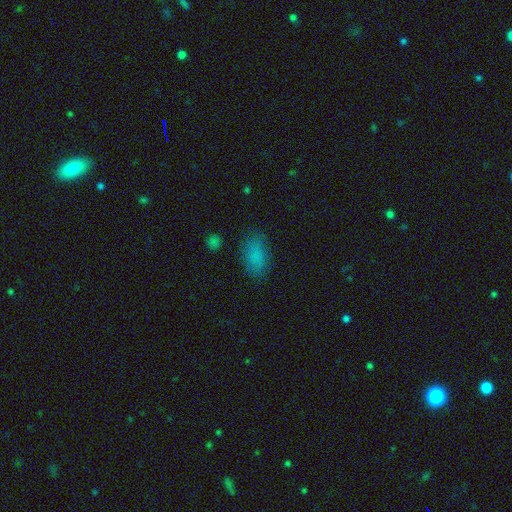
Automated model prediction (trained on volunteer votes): A smooth galaxy with no disk features (82%) that is in between round and cigar-shaped (92%).

Vote fractions:
- Smooth or featured? smooth: 82% / star or artifact: 12% / featured or disk: 6%
- How rounded? in between: 92% / round: 5% / cigar-shaped: 3%
- Merging? none: 80% / minor disturbance: 14% / major disturbance: 4% / merger: 2%